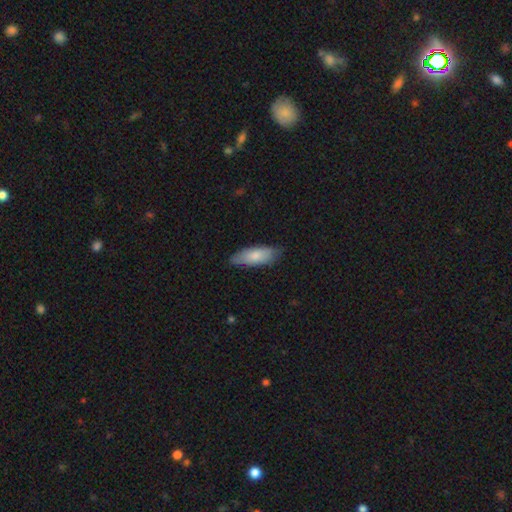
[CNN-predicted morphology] A smooth galaxy with no disk features (77%) that is in between round and cigar-shaped (71%). Merging: none (75%).